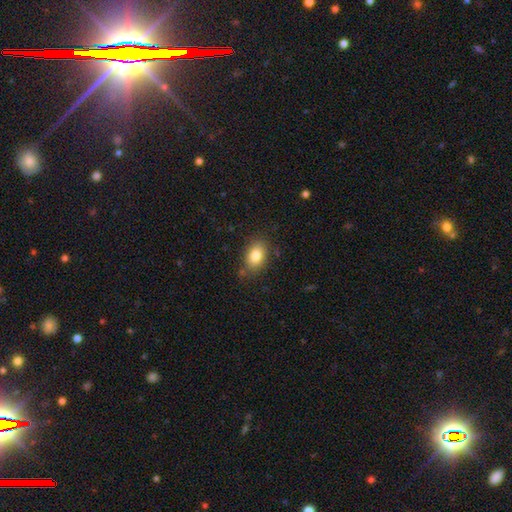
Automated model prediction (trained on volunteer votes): Smooth or featured?
  - smooth: 83% *
  - featured or disk: 9%
  - star or artifact: 9%
How rounded?
  - in between: 81% *
  - round: 18%
  - cigar-shaped: 1%
Merging?
  - none: 80% *
  - minor disturbance: 14%
  - major disturbance: 4%
  - merger: 2%